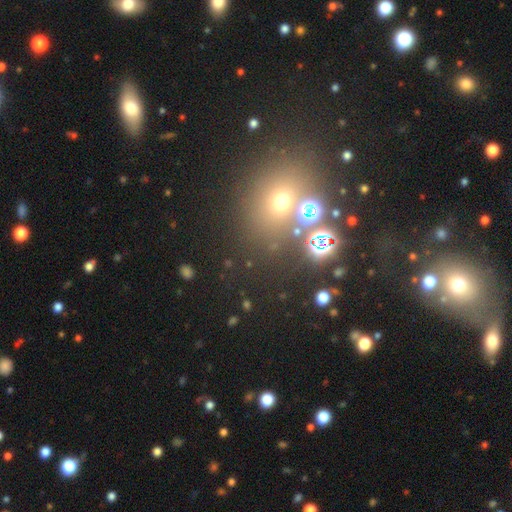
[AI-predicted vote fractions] smooth_or_featured: star or artifact (p=0.44) [tied with: smooth p=0.44]